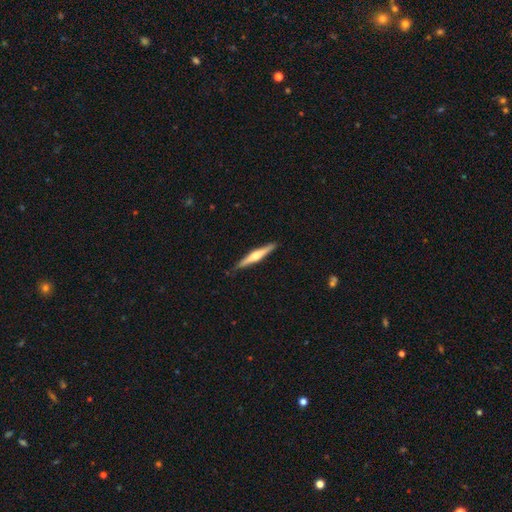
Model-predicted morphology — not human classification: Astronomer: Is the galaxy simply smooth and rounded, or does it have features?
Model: featured or disk — 63%.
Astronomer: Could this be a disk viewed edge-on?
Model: yes — 98%.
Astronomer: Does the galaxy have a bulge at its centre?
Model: rounded — 84%.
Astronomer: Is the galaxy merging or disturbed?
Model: none — 88%.